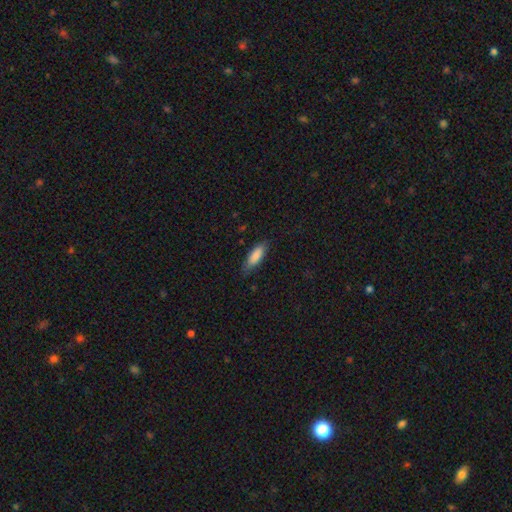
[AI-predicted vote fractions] Morphology: type=smooth (86%); roundness=in between (58%); merging=none (80%).